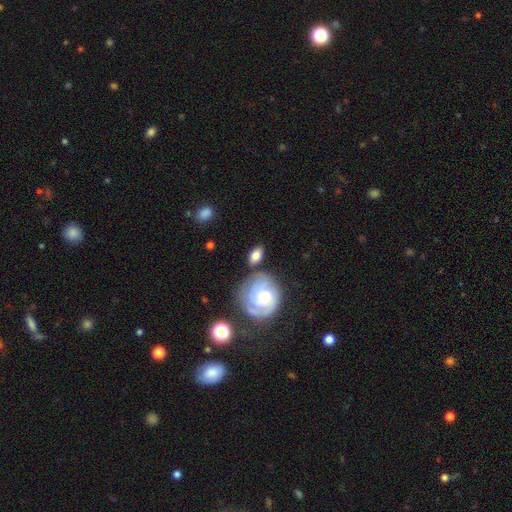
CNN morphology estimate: Smooth or featured?
  - smooth: 67% *
  - featured or disk: 26%
  - star or artifact: 7%
How rounded?
  - in between: 77% *
  - round: 20%
  - cigar-shaped: 4%
Merging?
  - none: 66% *
  - minor disturbance: 18%
  - merger: 10%
  - major disturbance: 6%